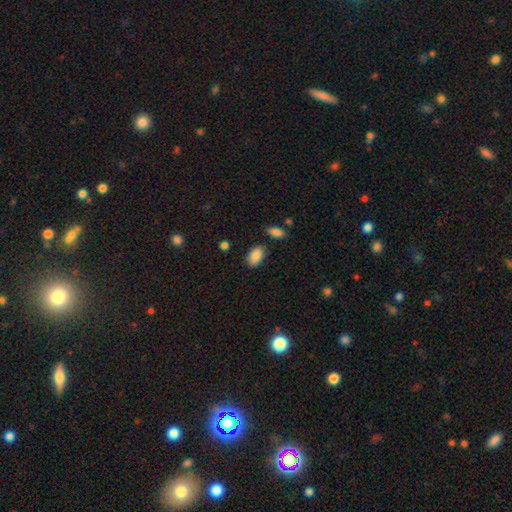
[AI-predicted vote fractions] smooth 88%, star or artifact 7%, featured or disk 5%. Down the decision tree: how rounded — in between (93%); merging — none (81%).